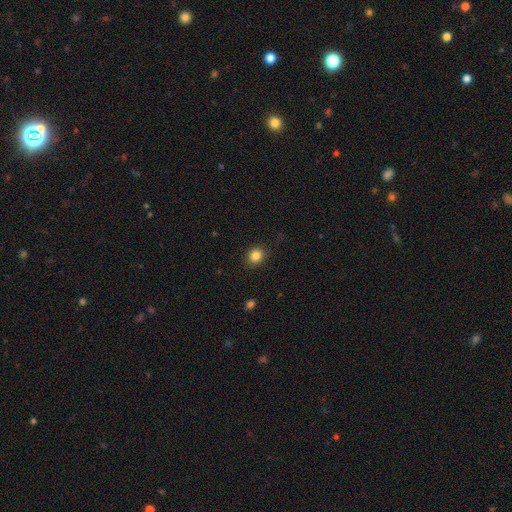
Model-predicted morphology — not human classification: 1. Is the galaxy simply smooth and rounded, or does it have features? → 84% smooth, 11% star or artifact, 5% featured or disk.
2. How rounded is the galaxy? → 70% round, 29% in between, 1% cigar-shaped.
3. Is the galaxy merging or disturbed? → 89% none, 7% minor disturbance, 2% major disturbance, 1% merger.